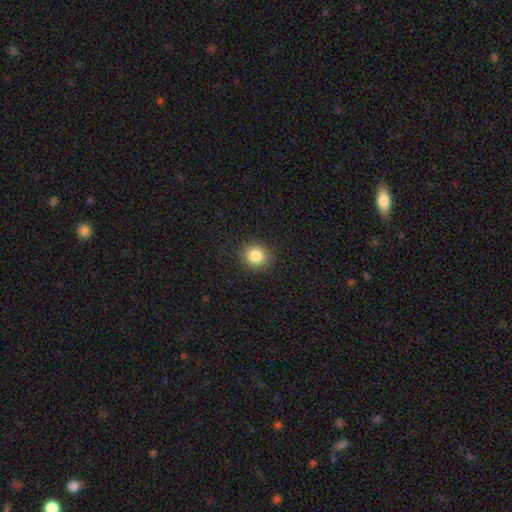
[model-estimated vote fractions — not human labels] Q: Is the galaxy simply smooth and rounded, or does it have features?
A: smooth — 85%.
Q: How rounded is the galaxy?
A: round — 79%.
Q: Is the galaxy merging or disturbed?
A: none — 89%.